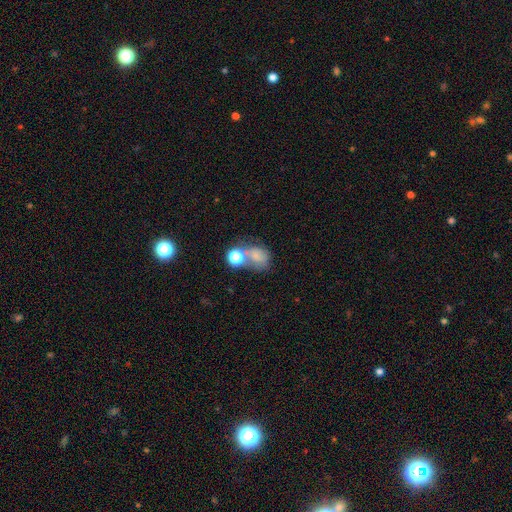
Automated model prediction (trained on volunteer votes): Smooth or featured? smooth (66%)
How rounded? round (50%)
Merging? merger (35%)